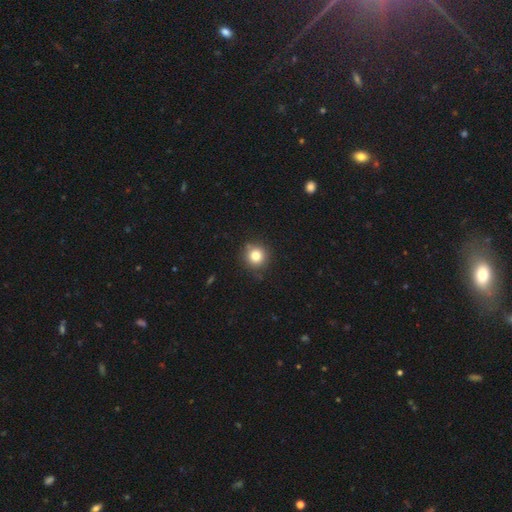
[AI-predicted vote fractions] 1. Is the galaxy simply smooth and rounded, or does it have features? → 81% smooth, 12% star or artifact, 7% featured or disk.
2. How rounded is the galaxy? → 93% round, 6% in between, 1% cigar-shaped.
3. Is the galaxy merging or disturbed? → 86% none, 9% minor disturbance, 2% major disturbance, 2% merger.